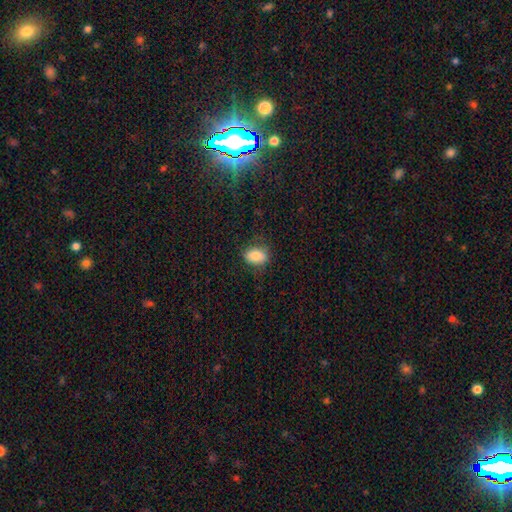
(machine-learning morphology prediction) Smooth or featured: smooth — 81% (featured or disk — 11%)
How rounded: in between — 75% (round — 24%)
Merging: none — 76% (minor disturbance — 18%)